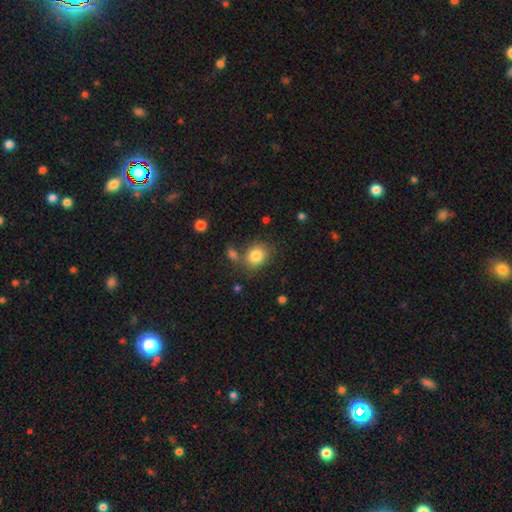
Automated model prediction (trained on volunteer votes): smooth-or-featured: smooth: 83% | star or artifact: 9% | featured or disk: 8%
  how-rounded: round: 60% | in between: 39% | cigar-shaped: 1%
  merging: none: 69% | minor disturbance: 14% | merger: 12% | major disturbance: 5%